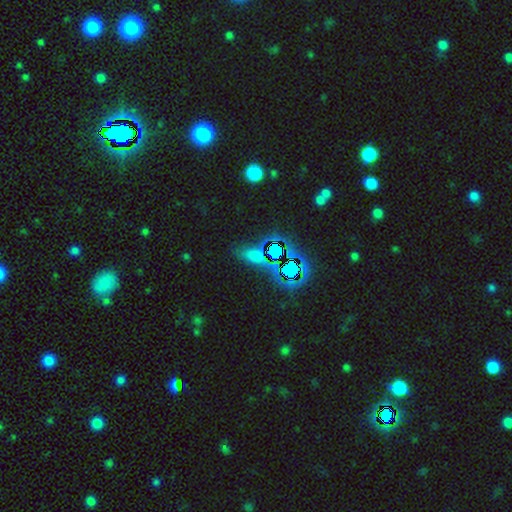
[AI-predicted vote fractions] A star or artifact, not a galaxy (47%).

Vote fractions:
- Smooth or featured? star or artifact: 47% / smooth: 36% / featured or disk: 16%